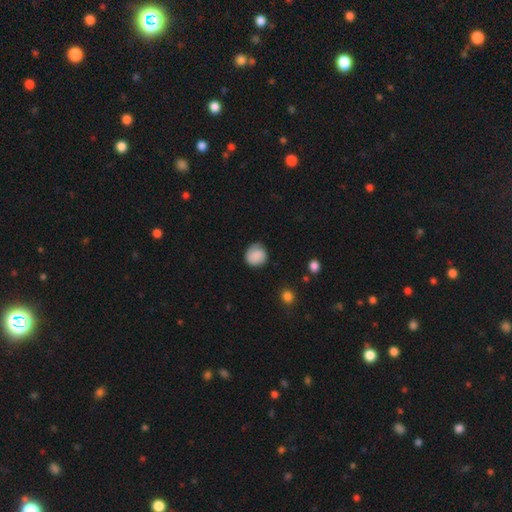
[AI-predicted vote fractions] Smooth or featured? smooth (83%)
How rounded? round (85%)
Merging? none (71%)